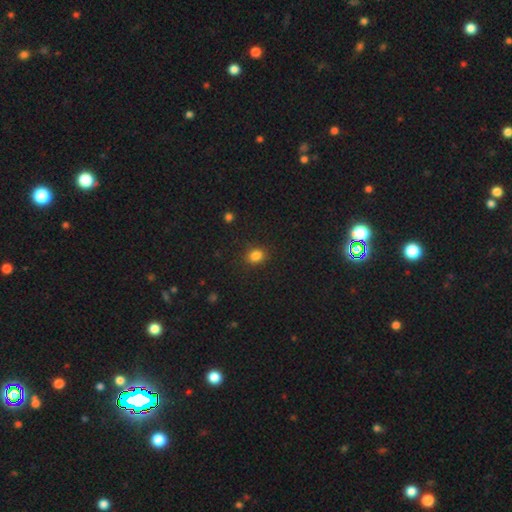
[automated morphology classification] smooth 84%, star or artifact 12%, featured or disk 4%. Down the decision tree: how rounded — round (56%); merging — none (87%).